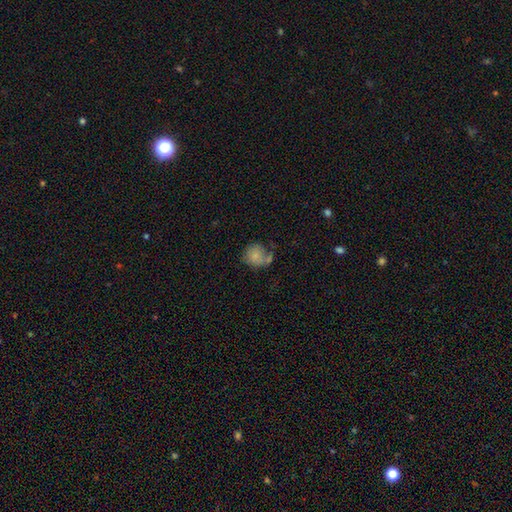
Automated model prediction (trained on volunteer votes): Smooth or featured?
  - smooth: 74% *
  - featured or disk: 17%
  - star or artifact: 9%
How rounded?
  - round: 77% *
  - in between: 22%
  - cigar-shaped: 1%
Merging?
  - none: 43% *
  - minor disturbance: 22%
  - merger: 20%
  - major disturbance: 15%